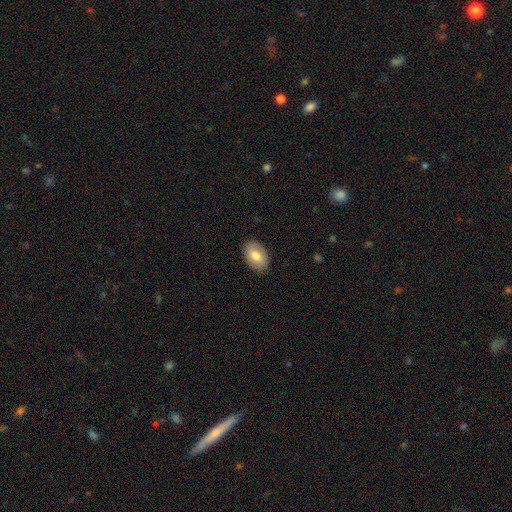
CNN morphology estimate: The model was most divided on "smooth or featured": smooth: 75%, featured or disk: 19%, star or artifact: 6%. More confident: how rounded — in between (89%); merging — none (87%).